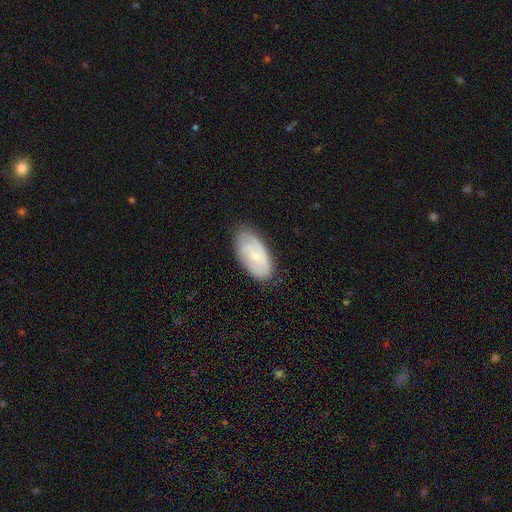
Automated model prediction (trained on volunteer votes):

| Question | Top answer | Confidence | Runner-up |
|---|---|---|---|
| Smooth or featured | smooth | 49% | featured or disk (44%) |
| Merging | none | 77% | minor disturbance (18%) |